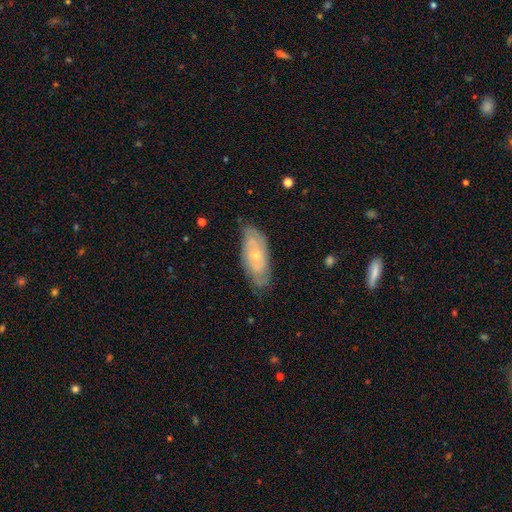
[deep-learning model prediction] Q: Smooth or featured?
A: featured or disk (69%); runner-up: smooth (24%)
Q: Edge-on disk?
A: no (89%); runner-up: yes (11%)
Q: Bar?
A: no (80%); runner-up: weak (16%)
Q: Spiral arms?
A: yes (82%); runner-up: no (18%)
Q: Spiral winding?
A: tight (65%); runner-up: medium (27%)
Q: Spiral arm count?
A: can't tell (50%); runner-up: 2 (31%)
Q: Bulge size?
A: small (68%); runner-up: moderate (29%)
Q: Merging?
A: none (71%); runner-up: minor disturbance (22%)